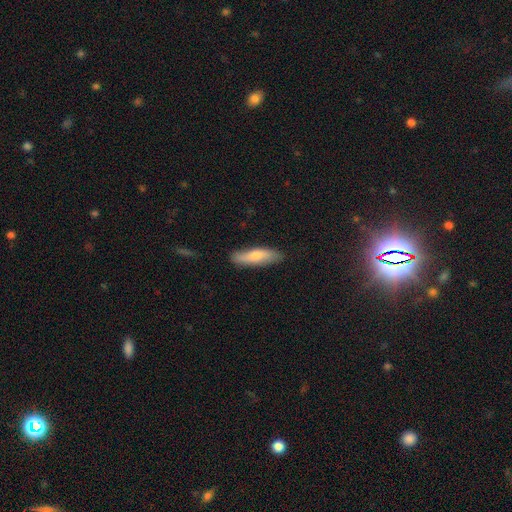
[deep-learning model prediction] This is likely a smooth galaxy (75%). How rounded: likely cigar-shaped (64%). Merging: clearly none (84%).